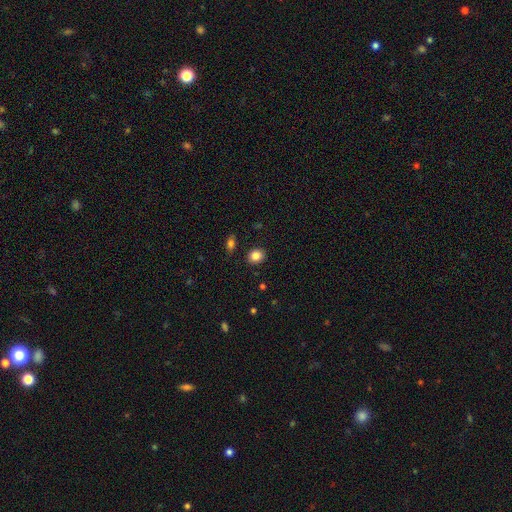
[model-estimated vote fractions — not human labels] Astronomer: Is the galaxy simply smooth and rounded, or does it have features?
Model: smooth — 85%.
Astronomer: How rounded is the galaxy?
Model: round — 66%.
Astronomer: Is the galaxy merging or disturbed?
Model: none — 88%.